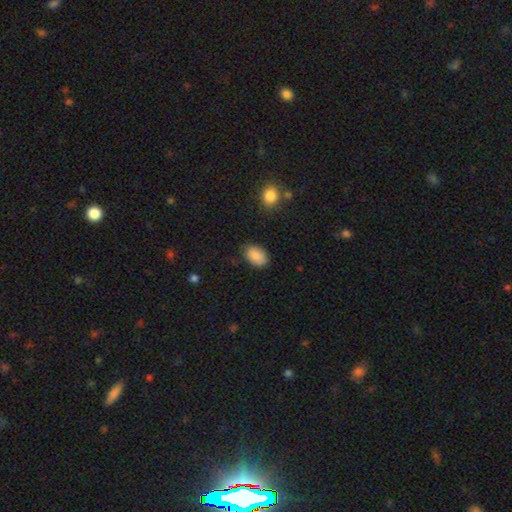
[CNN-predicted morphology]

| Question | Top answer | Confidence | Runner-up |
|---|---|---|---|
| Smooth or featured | smooth | 88% | star or artifact (7%) |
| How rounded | in between | 89% | round (10%) |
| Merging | none | 79% | minor disturbance (16%) |